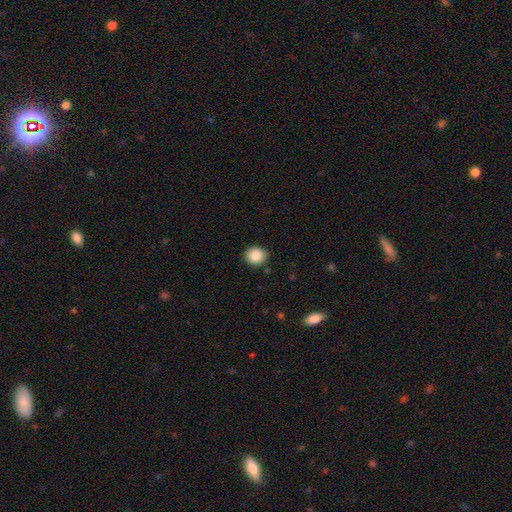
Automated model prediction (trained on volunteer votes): The model was most divided on "how rounded": round: 72%, in between: 27%, cigar-shaped: 1%. More confident: smooth or featured — smooth (88%); merging — none (87%).